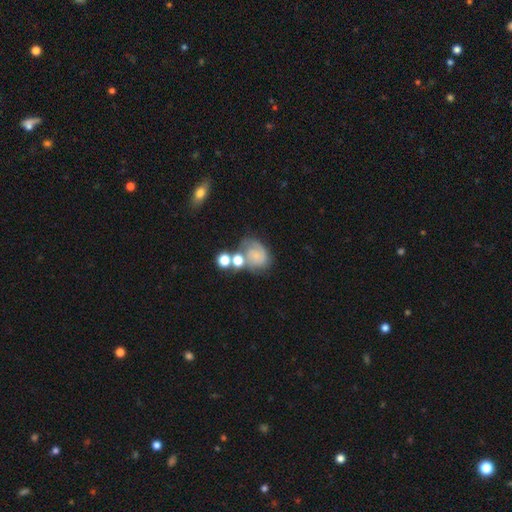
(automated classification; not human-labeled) A featured or disk galaxy (49%).

Vote fractions:
- Smooth or featured? featured or disk: 49% / smooth: 39% / star or artifact: 12%
- Merging? none: 41% / merger: 24% / minor disturbance: 20% / major disturbance: 15%